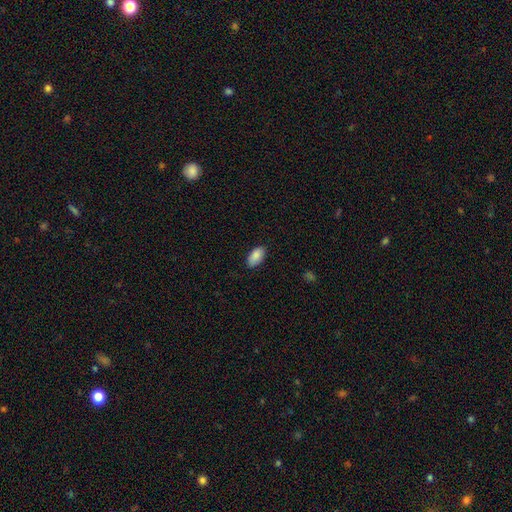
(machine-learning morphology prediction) smooth 88%, star or artifact 7%, featured or disk 5%. Down the decision tree: how rounded — in between (94%); merging — none (84%).